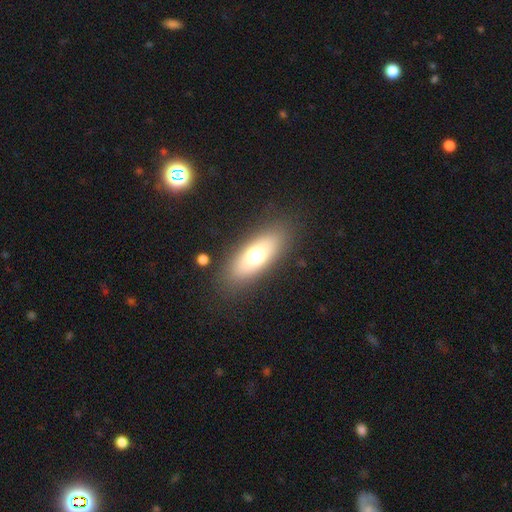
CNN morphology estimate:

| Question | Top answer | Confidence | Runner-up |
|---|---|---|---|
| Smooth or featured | smooth | 66% | featured or disk (26%) |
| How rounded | in between | 70% | cigar-shaped (26%) |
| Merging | none | 85% | minor disturbance (9%) |